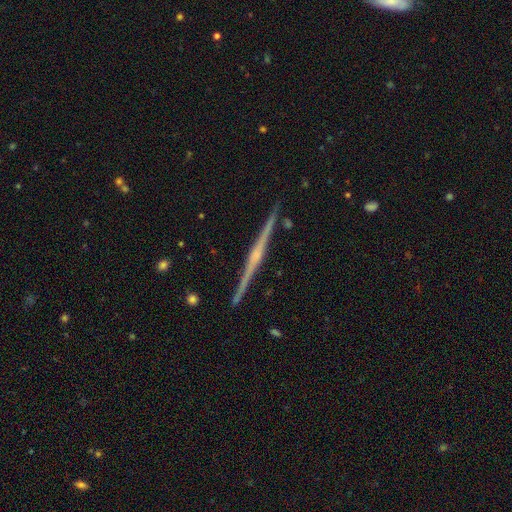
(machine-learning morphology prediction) Q: Smooth or featured?
A: featured or disk (86%); runner-up: smooth (9%)
Q: Edge-on disk?
A: yes (99%); runner-up: no (1%)
Q: Edge-on bulge?
A: rounded (66%); runner-up: none (20%)
Q: Merging?
A: none (92%); runner-up: minor disturbance (6%)